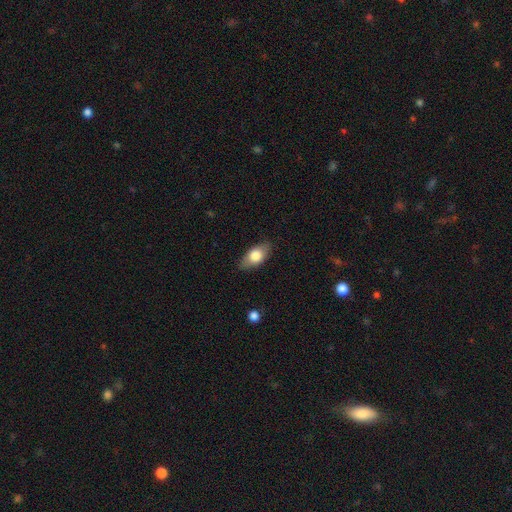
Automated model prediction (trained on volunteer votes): Smooth or featured?
  - smooth: 72% *
  - featured or disk: 21%
  - star or artifact: 6%
How rounded?
  - in between: 87% *
  - cigar-shaped: 7%
  - round: 6%
Merging?
  - none: 82% *
  - minor disturbance: 14%
  - major disturbance: 3%
  - merger: 1%